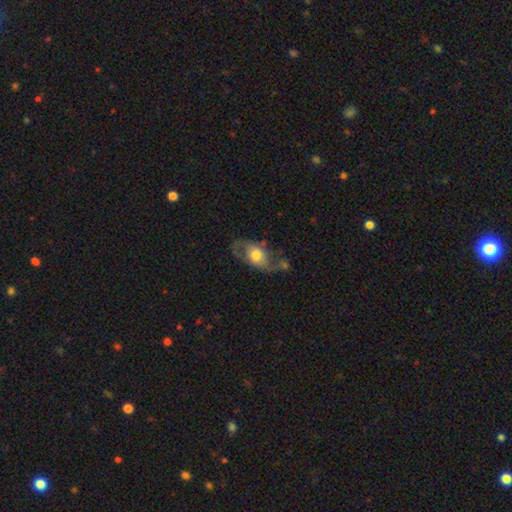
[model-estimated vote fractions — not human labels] smooth-or-featured: featured or disk: 53% | smooth: 41% | star or artifact: 6%
  disk-edge-on: no: 89% | yes: 11%
  merging: none: 46% | minor disturbance: 25% | major disturbance: 22% | merger: 8%